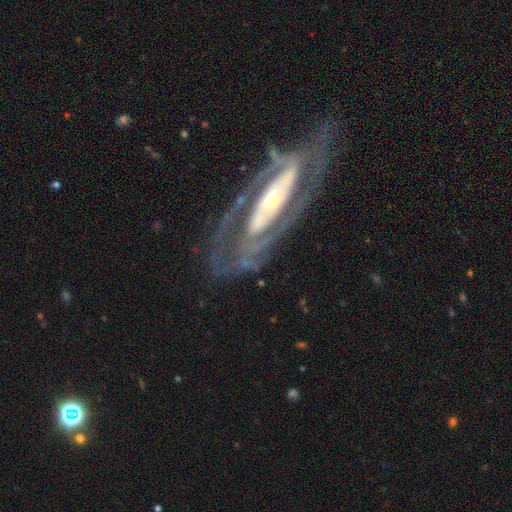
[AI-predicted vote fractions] Smooth or featured? Predicted: featured or disk (p=0.88). Edge-on disk? Predicted: no (p=0.88). Bar? Predicted: strong (p=0.40). Spiral arms? Predicted: yes (p=0.90). Spiral winding? Predicted: tight (p=0.54). Spiral arm count? Predicted: 2 (p=0.74). Bulge size? Predicted: small (p=0.53). Merging? Predicted: none (p=0.73).